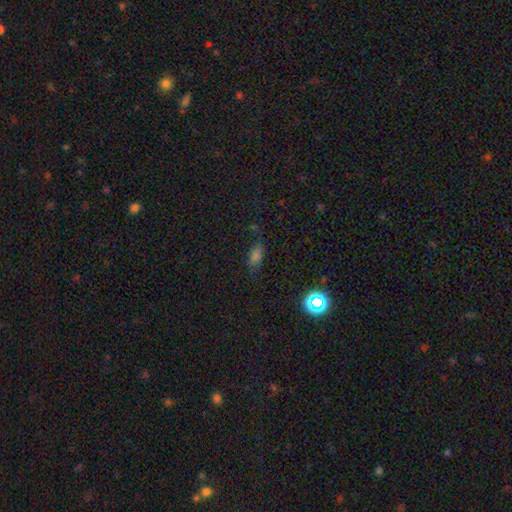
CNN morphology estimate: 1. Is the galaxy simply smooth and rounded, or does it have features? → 67% smooth, 22% star or artifact, 11% featured or disk.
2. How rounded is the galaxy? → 79% in between, 12% cigar-shaped, 9% round.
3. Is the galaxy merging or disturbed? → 71% none, 20% minor disturbance, 6% major disturbance, 2% merger.